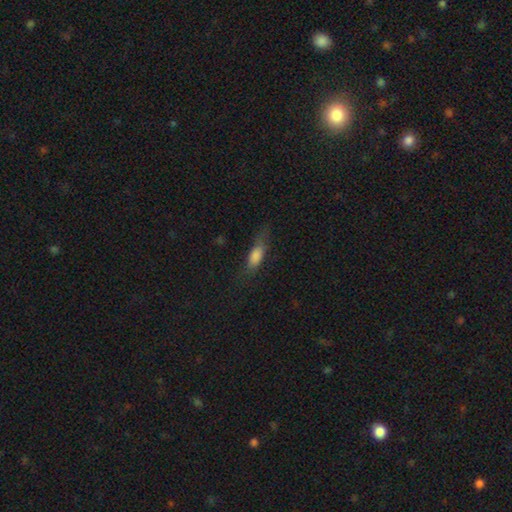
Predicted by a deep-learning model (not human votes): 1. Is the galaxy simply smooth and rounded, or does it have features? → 76% smooth, 15% featured or disk, 9% star or artifact.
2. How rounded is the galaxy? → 63% in between, 34% cigar-shaped, 3% round.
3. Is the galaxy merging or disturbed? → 56% none, 27% minor disturbance, 15% major disturbance, 2% merger.